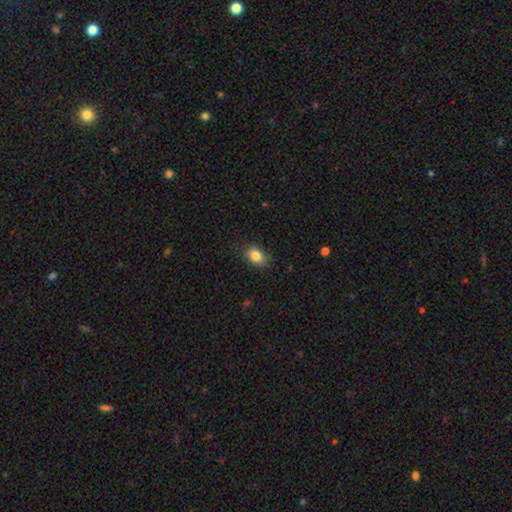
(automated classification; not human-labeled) Q: Smooth or featured?
A: smooth (84%); runner-up: star or artifact (9%)
Q: How rounded?
A: in between (76%); runner-up: round (22%)
Q: Merging?
A: none (82%); runner-up: minor disturbance (14%)